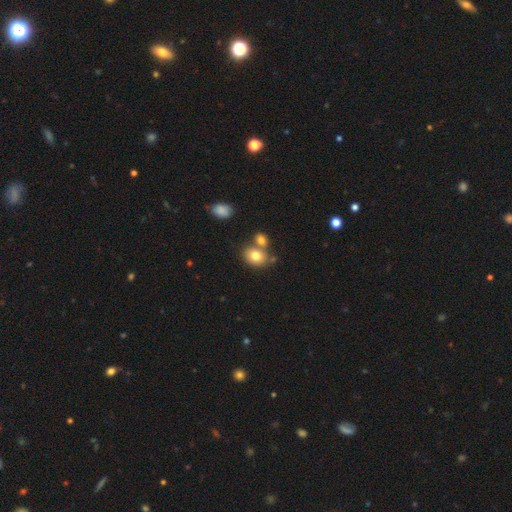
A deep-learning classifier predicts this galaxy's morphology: Smooth or featured?
  - smooth: 79% *
  - featured or disk: 11%
  - star or artifact: 10%
How rounded?
  - in between: 51% *
  - round: 48%
  - cigar-shaped: 1%
Merging?
  - none: 51% *
  - merger: 33%
  - minor disturbance: 12%
  - major disturbance: 4%